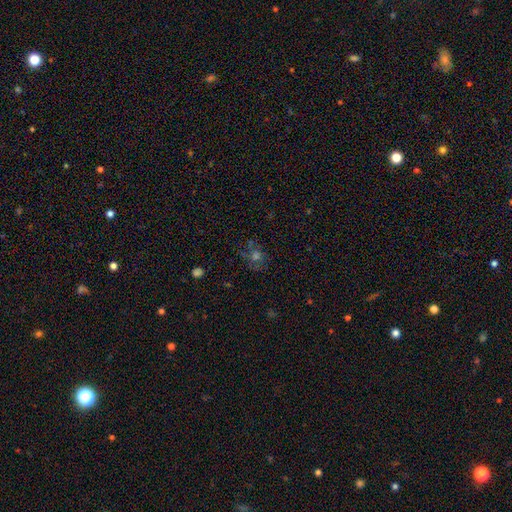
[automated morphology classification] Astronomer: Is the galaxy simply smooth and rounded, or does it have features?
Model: smooth — 37% (runner-up: star or artifact, 34%).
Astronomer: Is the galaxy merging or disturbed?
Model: none — 65%.